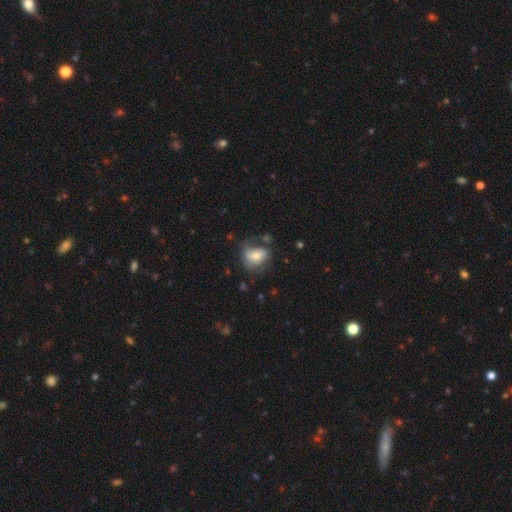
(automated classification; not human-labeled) This is possibly a smooth galaxy (53%). How rounded: possibly in between (55%). Merging: marginally none (44%).